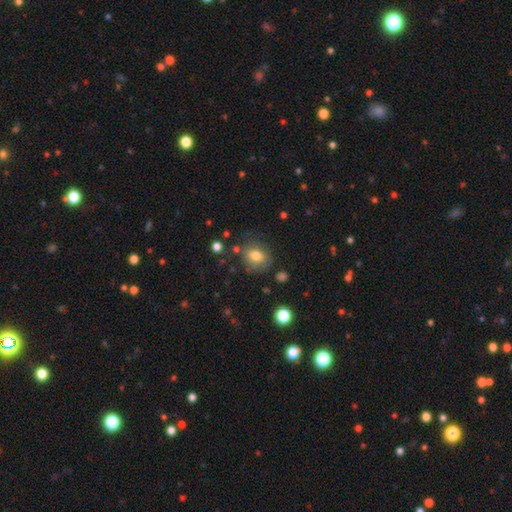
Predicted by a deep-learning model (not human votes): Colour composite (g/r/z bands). It shows a smooth galaxy with no disk features (78%) that is round (60%). Merging: none (72%).